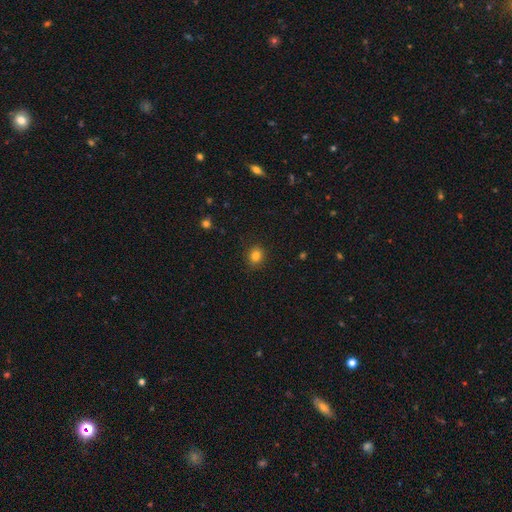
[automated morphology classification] smooth_or_featured: smooth (p=0.82) [alt: star or artifact p=0.12]
how_rounded: round (p=0.77) [alt: in between p=0.22]
merging: none (p=0.90) [alt: minor disturbance p=0.07]